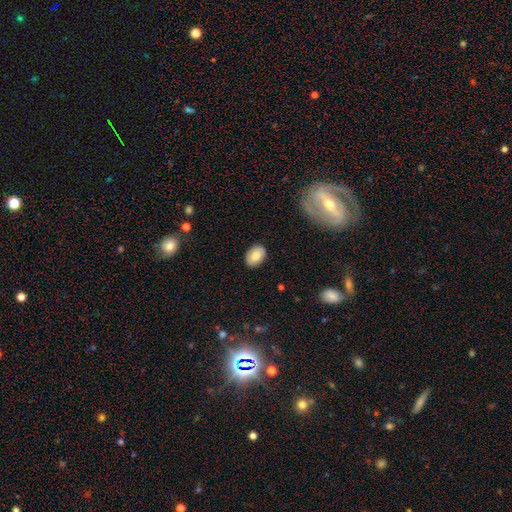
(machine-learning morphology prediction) The model was most divided on "how rounded": in between: 83%, round: 16%, cigar-shaped: 1%. More confident: merging — none (87%); smooth or featured — smooth (81%).